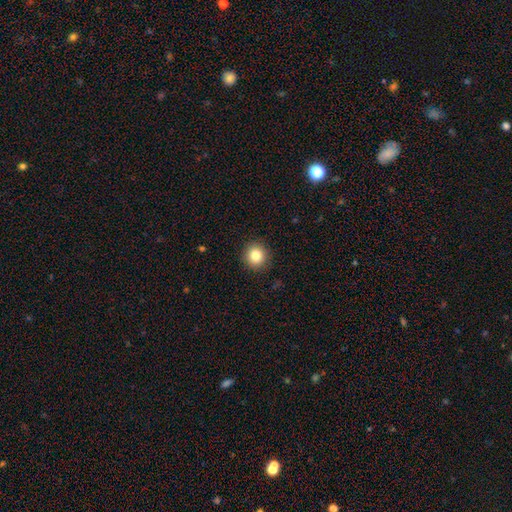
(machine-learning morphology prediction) smooth-or-featured: smooth: 83% | star or artifact: 10% | featured or disk: 7%
  how-rounded: round: 92% | in between: 7% | cigar-shaped: 1%
  merging: none: 90% | minor disturbance: 6% | major disturbance: 2% | merger: 1%